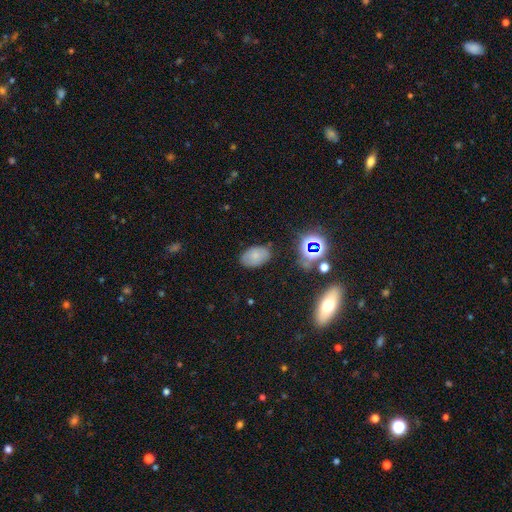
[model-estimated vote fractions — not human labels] smooth-or-featured: smooth: 69% | featured or disk: 16% | star or artifact: 14%
  how-rounded: in between: 89% | round: 10% | cigar-shaped: 1%
  merging: none: 79% | minor disturbance: 15% | major disturbance: 4% | merger: 2%